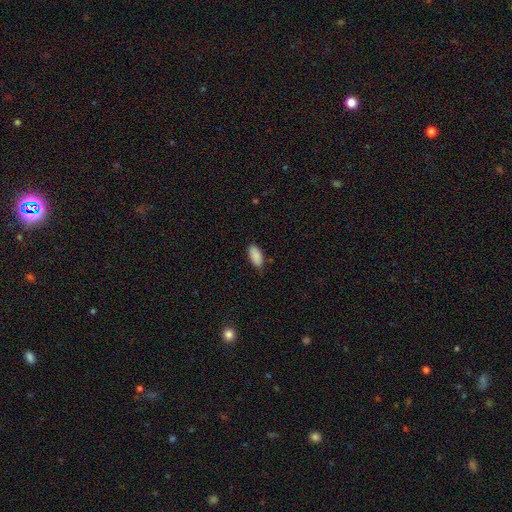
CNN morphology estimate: Smooth or featured? Predicted: smooth (p=0.90). How rounded? Predicted: in between (p=0.91). Merging? Predicted: none (p=0.78).